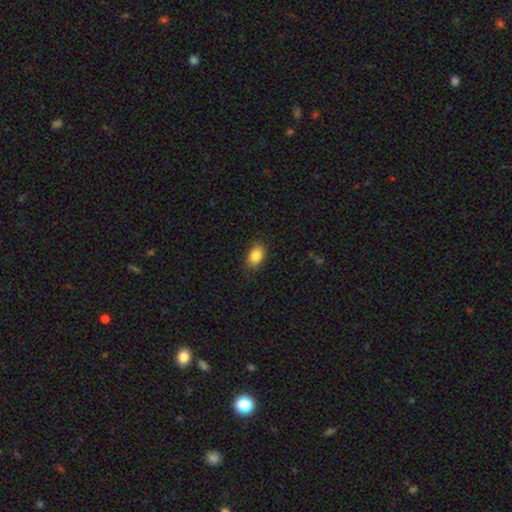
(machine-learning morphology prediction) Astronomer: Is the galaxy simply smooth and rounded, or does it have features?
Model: smooth — 86%.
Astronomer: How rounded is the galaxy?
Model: in between — 83%.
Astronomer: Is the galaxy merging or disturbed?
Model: none — 86%.